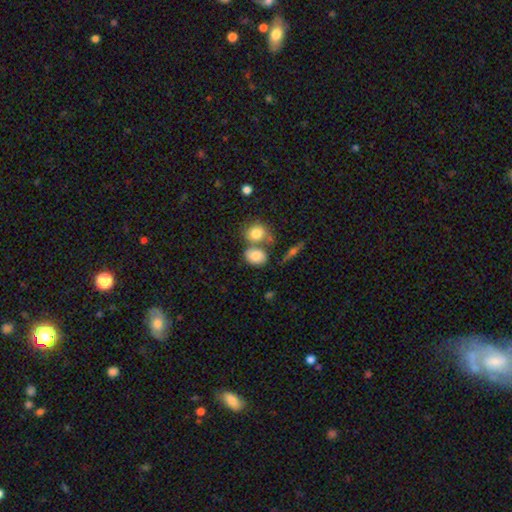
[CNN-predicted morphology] smooth_or_featured: smooth (p=0.81) [alt: featured or disk p=0.11]
how_rounded: in between (p=0.63) [alt: round p=0.35]
merging: none (p=0.47) [alt: merger p=0.35]